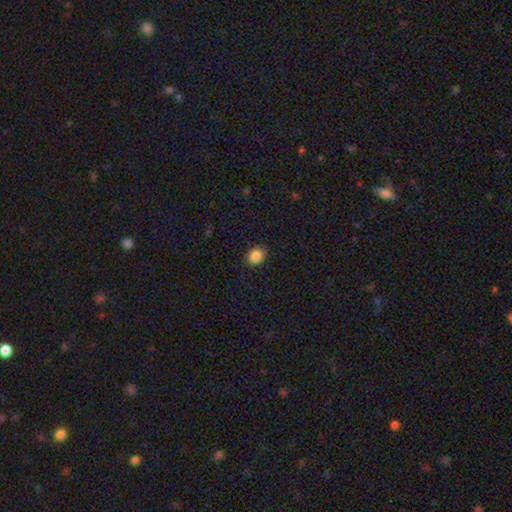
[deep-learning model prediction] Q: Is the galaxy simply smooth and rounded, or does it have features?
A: smooth — 87%.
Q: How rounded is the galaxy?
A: round — 54%.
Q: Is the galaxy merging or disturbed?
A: none — 90%.